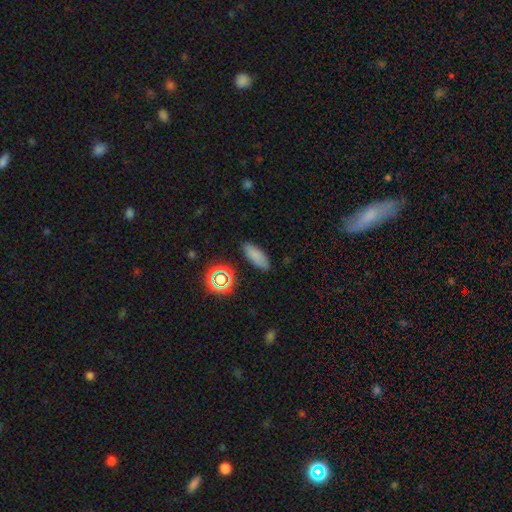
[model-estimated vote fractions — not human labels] smooth_or_featured: smooth (p=0.79) [alt: star or artifact p=0.14]
how_rounded: in between (p=0.74) [alt: cigar-shaped p=0.22]
merging: none (p=0.83) [alt: minor disturbance p=0.12]